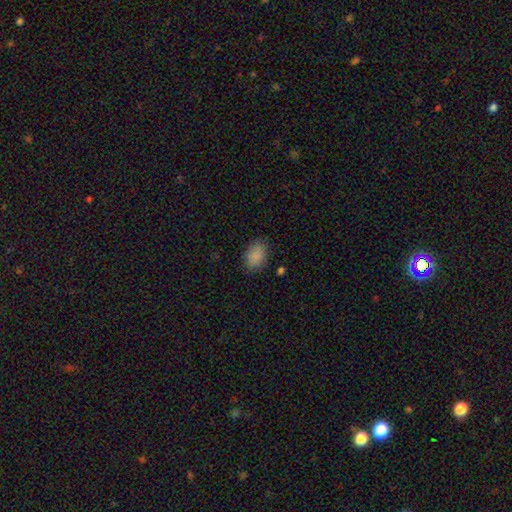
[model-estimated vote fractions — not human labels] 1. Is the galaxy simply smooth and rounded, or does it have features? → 87% smooth, 9% star or artifact, 4% featured or disk.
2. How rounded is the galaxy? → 82% in between, 17% round, 1% cigar-shaped.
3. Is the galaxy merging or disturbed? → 82% none, 13% minor disturbance, 3% major disturbance, 1% merger.